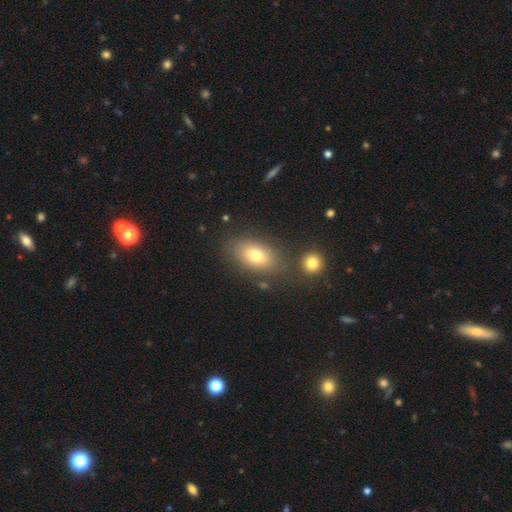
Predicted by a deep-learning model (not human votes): smooth 75%, featured or disk 16%, star or artifact 9%. Down the decision tree: how rounded — in between (88%); merging — none (75%).